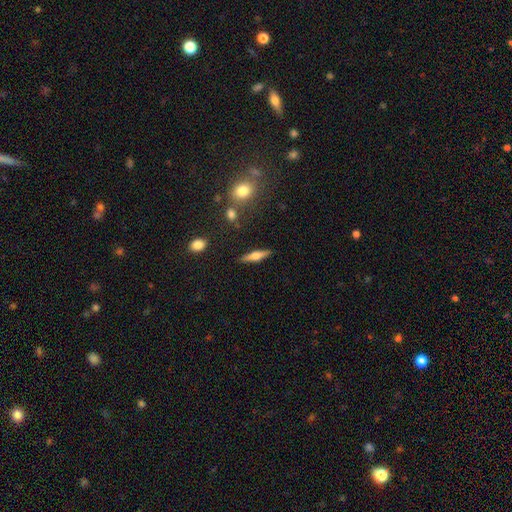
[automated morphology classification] Smooth or featured: featured or disk — 56% (smooth — 37%)
Edge-on disk: yes — 95% (no — 5%)
Edge-on bulge: rounded — 89% (boxy — 8%)
Merging: none — 87% (minor disturbance — 8%)